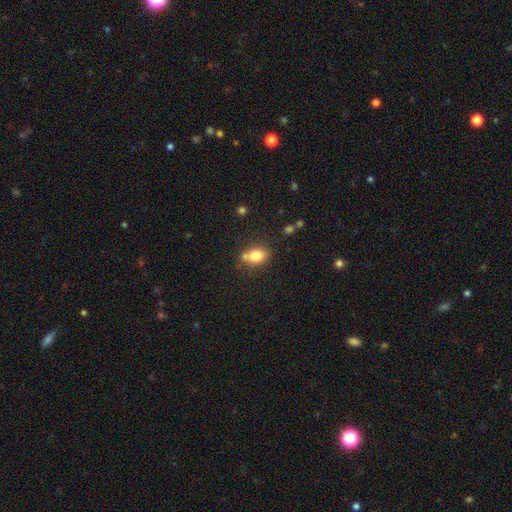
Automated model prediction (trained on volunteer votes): A smooth galaxy with no disk features (79%) that is in between round and cigar-shaped (65%).

Vote fractions:
- Smooth or featured? smooth: 79% / featured or disk: 11% / star or artifact: 10%
- How rounded? in between: 65% / round: 33% / cigar-shaped: 2%
- Merging? none: 62% / merger: 17% / minor disturbance: 17% / major disturbance: 5%